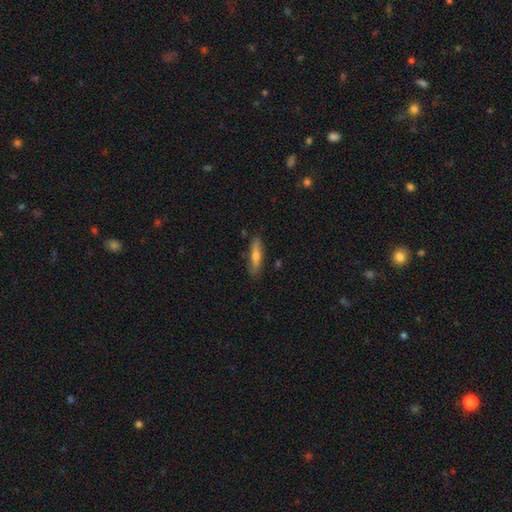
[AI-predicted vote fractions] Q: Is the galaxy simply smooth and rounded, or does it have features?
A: smooth — 57%.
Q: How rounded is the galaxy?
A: cigar-shaped — 79%.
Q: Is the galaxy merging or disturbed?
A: none — 83%.